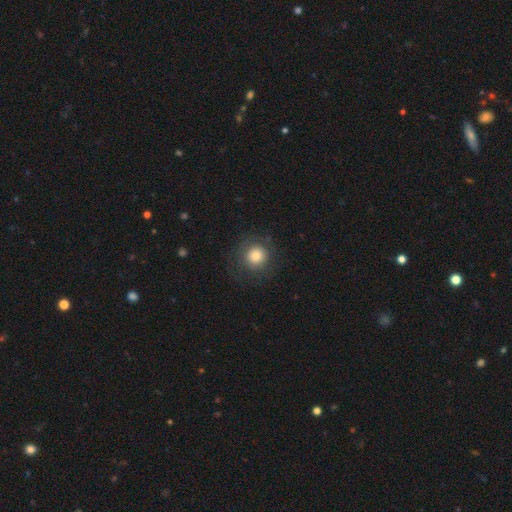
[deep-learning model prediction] Smooth or featured? smooth (81%)
How rounded? round (94%)
Merging? none (83%)